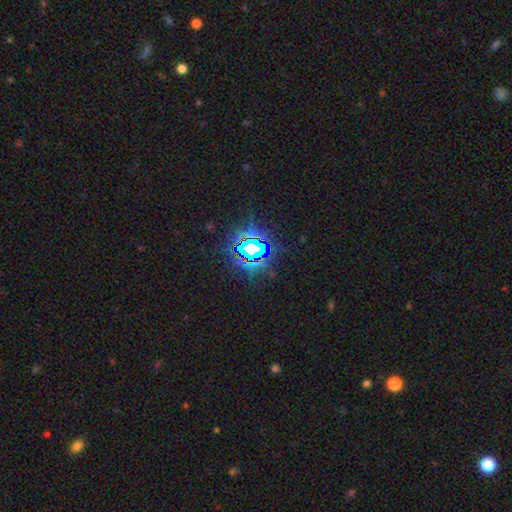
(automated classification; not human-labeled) Smooth or featured: star or artifact — 83% (smooth — 11%)